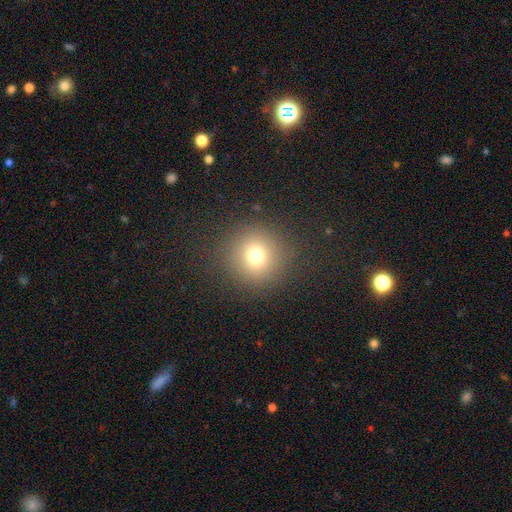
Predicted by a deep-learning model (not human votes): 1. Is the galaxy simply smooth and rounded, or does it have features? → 74% smooth, 16% star or artifact, 10% featured or disk.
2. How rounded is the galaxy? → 93% round, 6% in between, 1% cigar-shaped.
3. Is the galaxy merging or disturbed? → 89% none, 7% minor disturbance, 4% major disturbance, 1% merger.